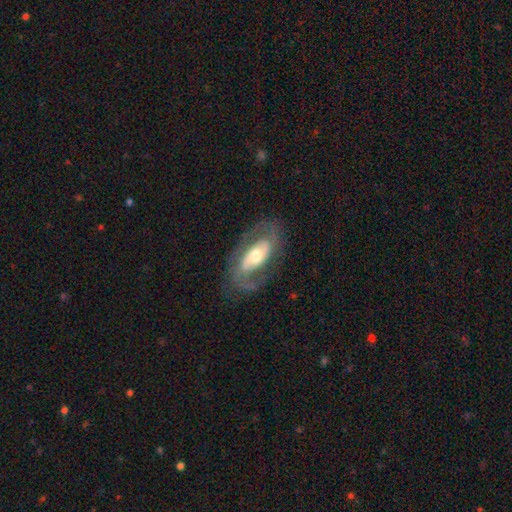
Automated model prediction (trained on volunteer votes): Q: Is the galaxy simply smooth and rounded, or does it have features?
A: featured or disk — 78%.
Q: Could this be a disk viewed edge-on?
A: no — 93%.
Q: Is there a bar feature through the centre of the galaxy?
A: no — 42%.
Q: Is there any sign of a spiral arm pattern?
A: yes — 82%.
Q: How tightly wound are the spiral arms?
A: medium — 48%.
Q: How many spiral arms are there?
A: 2 — 85%.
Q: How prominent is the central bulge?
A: moderate — 63%.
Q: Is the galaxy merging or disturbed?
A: none — 76%.